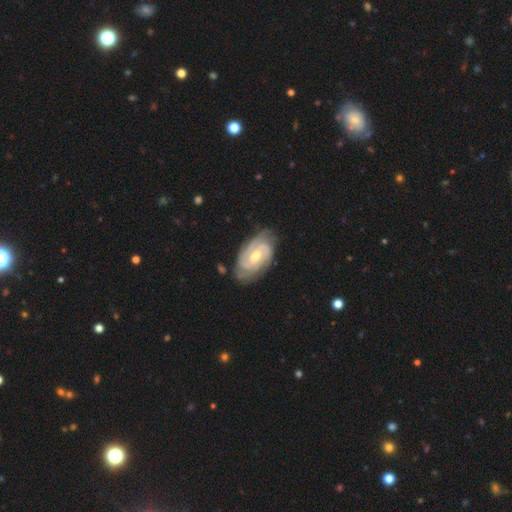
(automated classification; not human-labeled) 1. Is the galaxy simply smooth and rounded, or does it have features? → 88% featured or disk, 8% smooth, 4% star or artifact.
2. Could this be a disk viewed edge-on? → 97% no, 3% yes.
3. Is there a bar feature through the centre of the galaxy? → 50% no, 41% weak, 10% strong.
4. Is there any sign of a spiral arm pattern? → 97% yes, 3% no.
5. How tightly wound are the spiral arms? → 68% tight, 28% medium, 5% loose.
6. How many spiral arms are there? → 44% 2, 28% 3, 14% can't tell, 6% 4, 3% 1, 3% more than 4.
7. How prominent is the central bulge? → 55% moderate, 41% small, 2% large, 1% none, 1% dominant.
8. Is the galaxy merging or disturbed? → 77% none, 18% minor disturbance, 4% major disturbance, 2% merger.